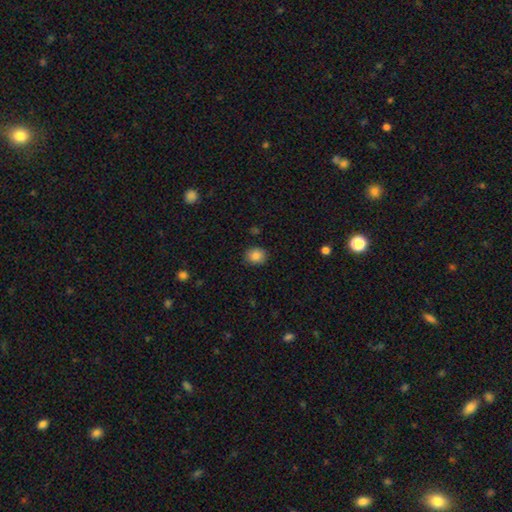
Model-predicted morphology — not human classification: A smooth galaxy with no disk features (86%) that is round (65%). Merging: none (87%).